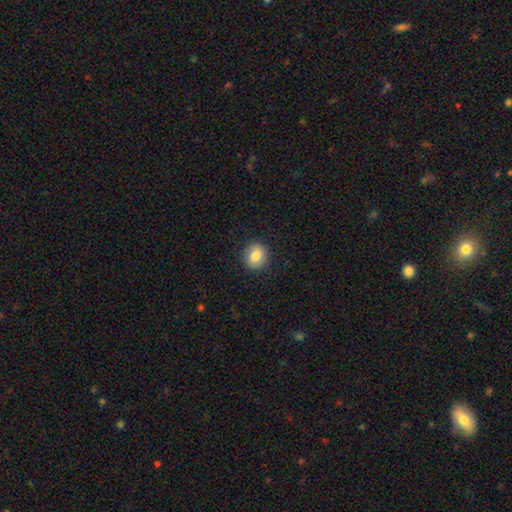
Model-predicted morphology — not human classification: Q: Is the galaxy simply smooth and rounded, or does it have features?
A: smooth — 83%.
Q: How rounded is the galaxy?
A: round — 77%.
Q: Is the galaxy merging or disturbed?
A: none — 89%.